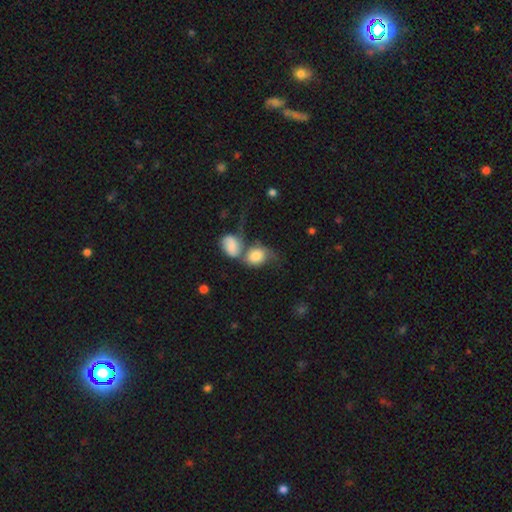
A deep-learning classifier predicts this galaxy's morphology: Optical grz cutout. It shows a smooth galaxy with no disk features (73%) that is in between round and cigar-shaped (53%). Merging: merger (60%).